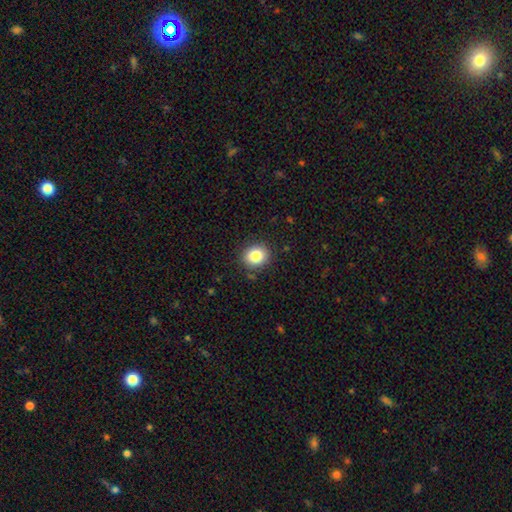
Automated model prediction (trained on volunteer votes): Smooth or featured: smooth — 84% (star or artifact — 10%)
How rounded: round — 71% (in between — 28%)
Merging: none — 88% (minor disturbance — 8%)